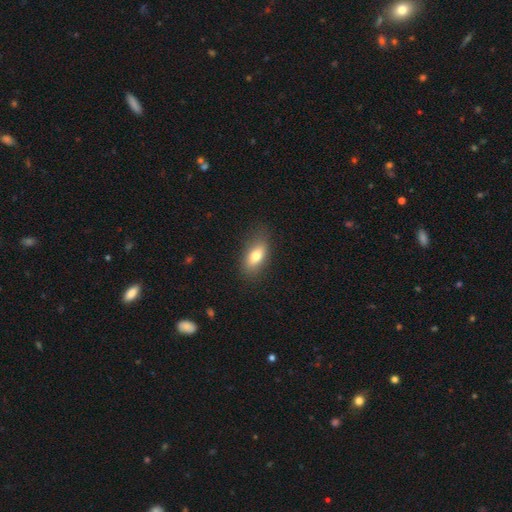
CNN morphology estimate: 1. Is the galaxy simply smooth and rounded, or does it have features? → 74% smooth, 17% featured or disk, 8% star or artifact.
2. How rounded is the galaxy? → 83% in between, 11% cigar-shaped, 7% round.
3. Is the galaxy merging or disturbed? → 80% none, 15% minor disturbance, 4% major disturbance, 1% merger.